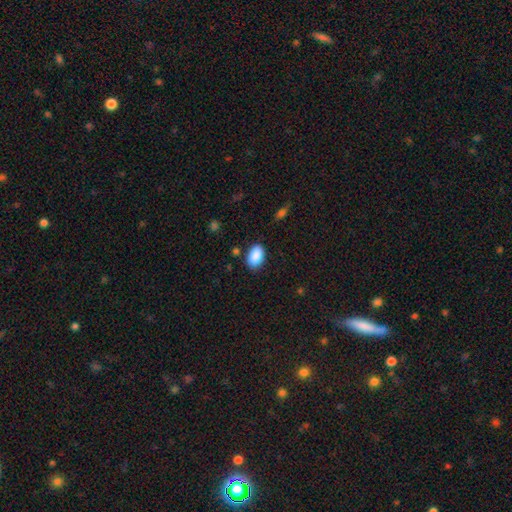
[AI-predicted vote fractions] Smooth or featured? smooth (89%)
How rounded? in between (91%)
Merging? none (84%)